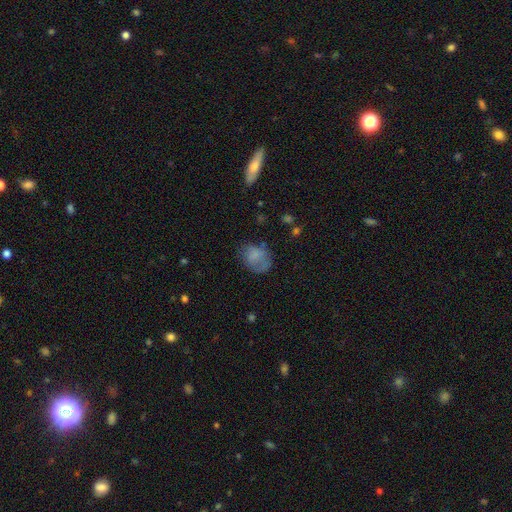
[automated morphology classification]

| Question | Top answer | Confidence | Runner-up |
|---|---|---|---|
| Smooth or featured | smooth | 72% | featured or disk (17%) |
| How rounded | in between | 51% | round (48%) |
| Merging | none | 51% | minor disturbance (28%) |